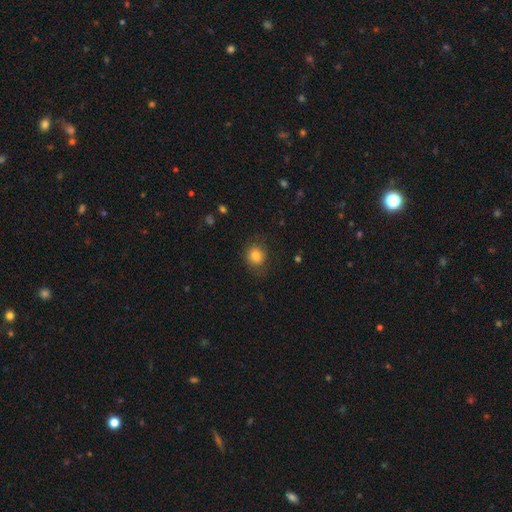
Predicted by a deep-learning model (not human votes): Morphology: type=smooth (83%); roundness=round (76%); merging=none (78%).